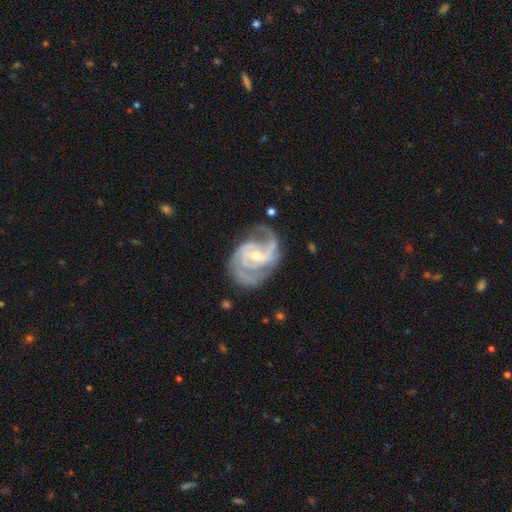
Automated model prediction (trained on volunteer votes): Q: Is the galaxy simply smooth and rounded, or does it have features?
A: featured or disk — 92%.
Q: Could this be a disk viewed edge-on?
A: no — 98%.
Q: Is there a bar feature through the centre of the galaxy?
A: weak — 44%.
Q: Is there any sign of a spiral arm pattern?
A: yes — 98%.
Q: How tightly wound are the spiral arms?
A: medium — 50%.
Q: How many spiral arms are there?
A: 2 — 53%.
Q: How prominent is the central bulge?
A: small — 55%.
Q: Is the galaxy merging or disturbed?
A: none — 65%.